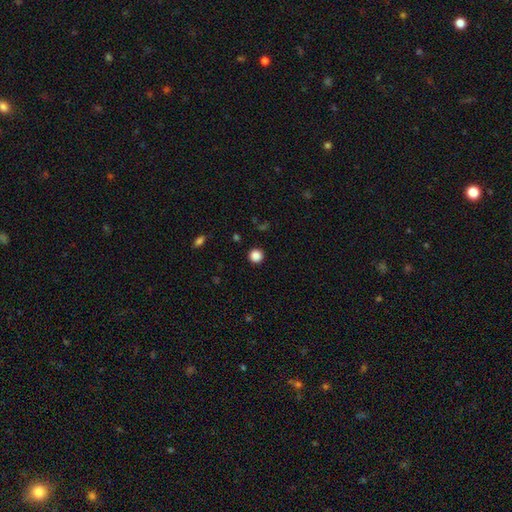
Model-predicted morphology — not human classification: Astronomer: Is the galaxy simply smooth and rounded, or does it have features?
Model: smooth — 86%.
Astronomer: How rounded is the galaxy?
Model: round — 95%.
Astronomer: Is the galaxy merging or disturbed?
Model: none — 92%.